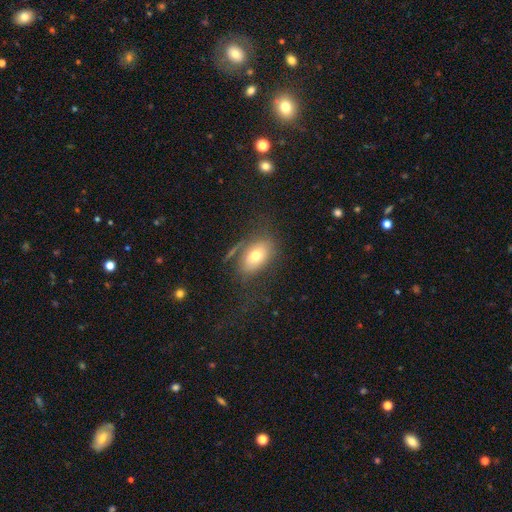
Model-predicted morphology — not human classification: Overall: smooth (69%). How rounded: in between (86%). Merging: none (62%).